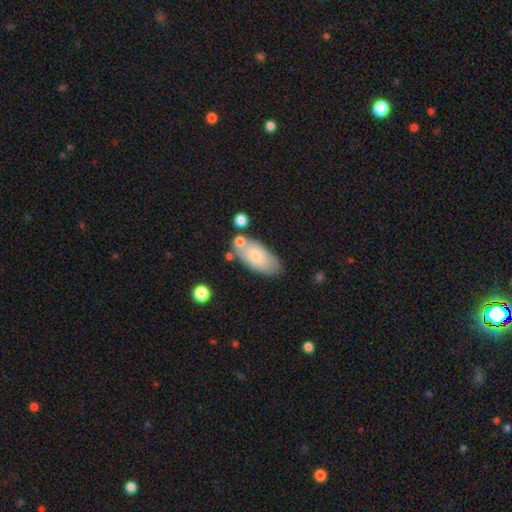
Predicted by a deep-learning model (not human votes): Smooth or featured? smooth (72%)
How rounded? in between (92%)
Merging? none (67%)